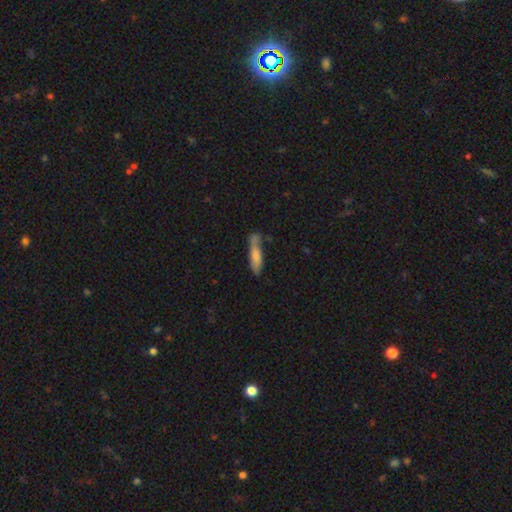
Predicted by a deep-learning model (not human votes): smooth-or-featured: smooth: 73% | featured or disk: 20% | star or artifact: 7%
  how-rounded: cigar-shaped: 73% | in between: 25% | round: 2%
  merging: none: 53% | minor disturbance: 25% | merger: 14% | major disturbance: 9%